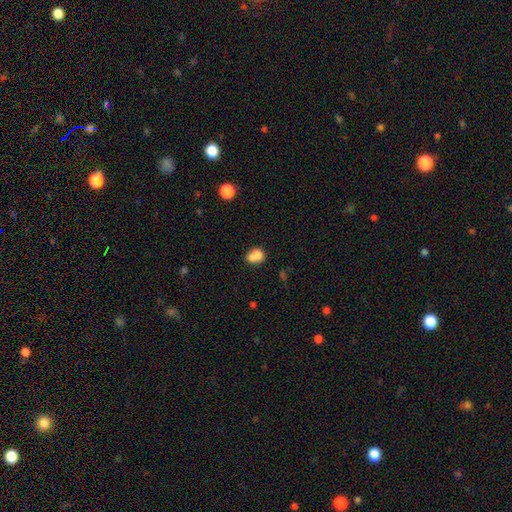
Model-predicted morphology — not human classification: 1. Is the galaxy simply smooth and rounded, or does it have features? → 74% smooth, 16% featured or disk, 10% star or artifact.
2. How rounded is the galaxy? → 53% round, 46% in between, 1% cigar-shaped.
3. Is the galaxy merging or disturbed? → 58% merger, 29% none, 9% minor disturbance, 4% major disturbance.